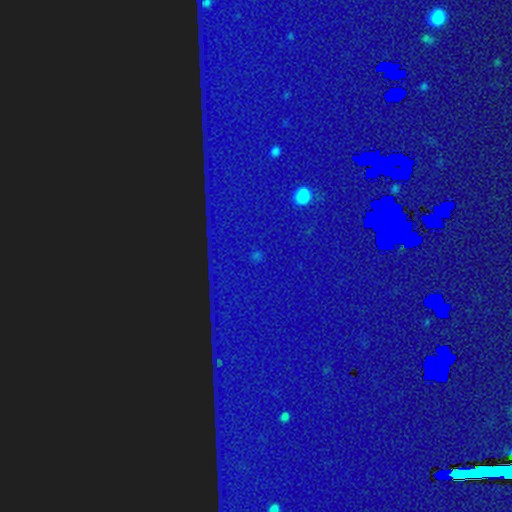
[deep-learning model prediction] Q: Smooth or featured?
A: star or artifact (87%); runner-up: featured or disk (7%)